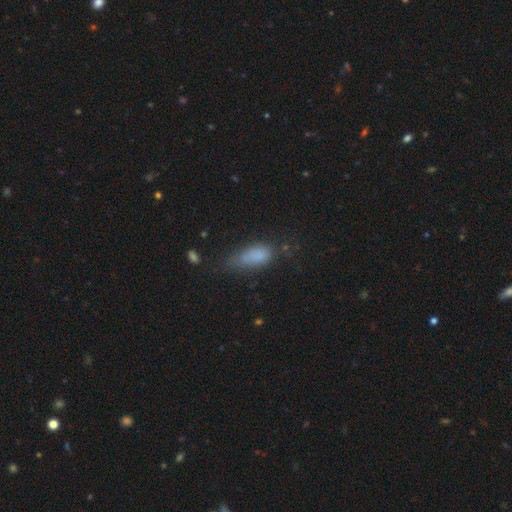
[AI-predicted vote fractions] smooth_or_featured: smooth (p=0.77) [alt: star or artifact p=0.12]
how_rounded: in between (p=0.77) [alt: cigar-shaped p=0.19]
merging: none (p=0.39) [alt: minor disturbance p=0.34]